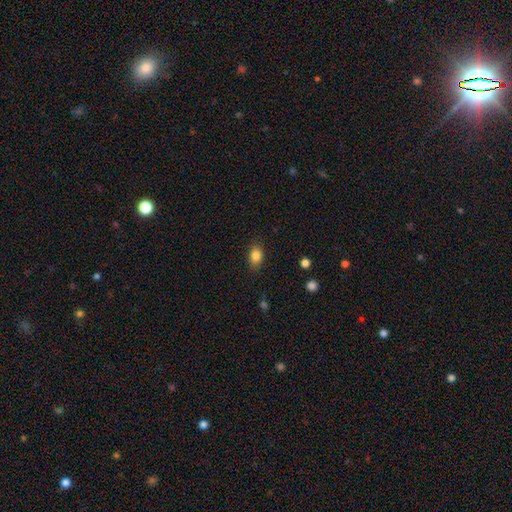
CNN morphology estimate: smooth_or_featured: smooth (p=0.85) [alt: star or artifact p=0.10]
how_rounded: in between (p=0.73) [alt: round p=0.25]
merging: none (p=0.85) [alt: minor disturbance p=0.11]